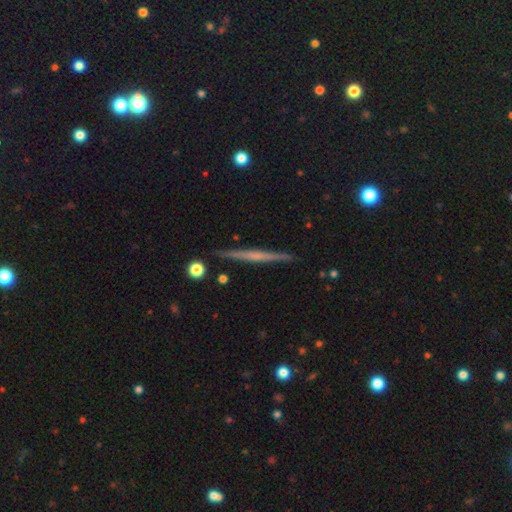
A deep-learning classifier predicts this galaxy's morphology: smooth_or_featured: featured or disk (p=0.66) [alt: smooth p=0.28]
disk_edge_on: yes (p=0.98) [alt: no p=0.02]
edge_on_bulge: none (p=0.62) [alt: rounded p=0.27]
merging: none (p=0.91) [alt: minor disturbance p=0.06]